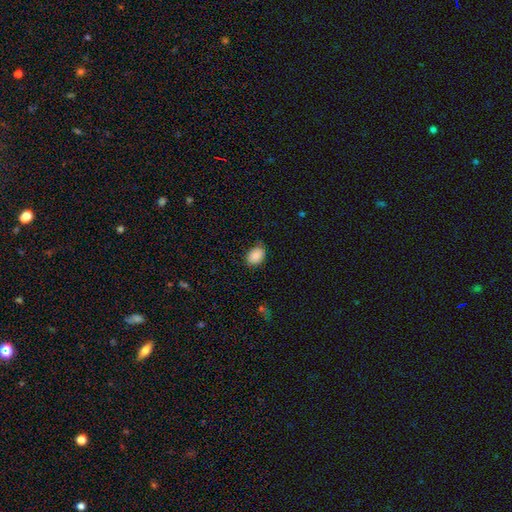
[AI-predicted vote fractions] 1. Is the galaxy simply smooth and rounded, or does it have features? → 85% smooth, 8% star or artifact, 7% featured or disk.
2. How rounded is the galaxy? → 74% in between, 25% round, 1% cigar-shaped.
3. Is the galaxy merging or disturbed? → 75% none, 20% minor disturbance, 3% major disturbance, 2% merger.